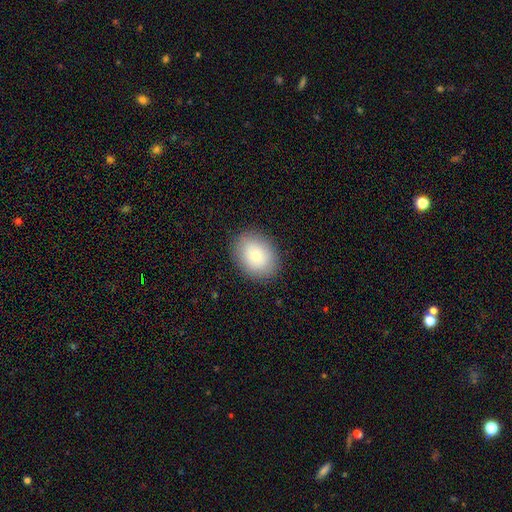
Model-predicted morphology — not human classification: Smooth or featured: smooth — 77% (featured or disk — 14%)
How rounded: in between — 59% (round — 40%)
Merging: none — 87% (minor disturbance — 9%)